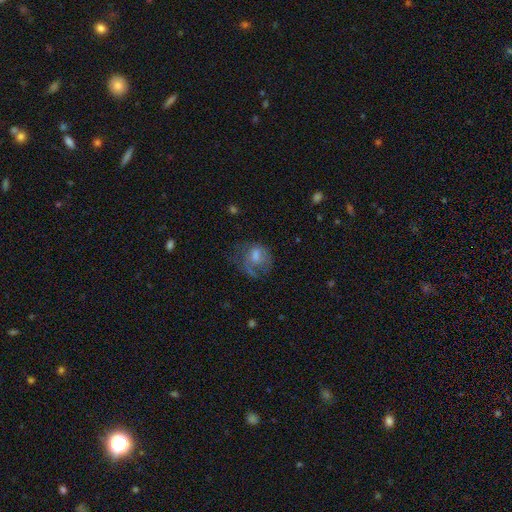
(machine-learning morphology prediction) smooth-or-featured: featured or disk: 44% | smooth: 42% | star or artifact: 14%
  merging: none: 39% | major disturbance: 36% | minor disturbance: 22% | merger: 3%